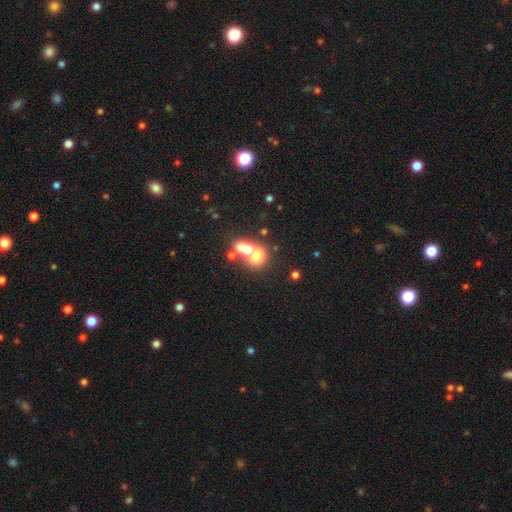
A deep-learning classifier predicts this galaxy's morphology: Smooth or featured?
  - smooth: 63% *
  - featured or disk: 24%
  - star or artifact: 12%
How rounded?
  - in between: 51% *
  - round: 48%
  - cigar-shaped: 2%
Merging?
  - merger: 68% *
  - none: 21%
  - minor disturbance: 6%
  - major disturbance: 5%